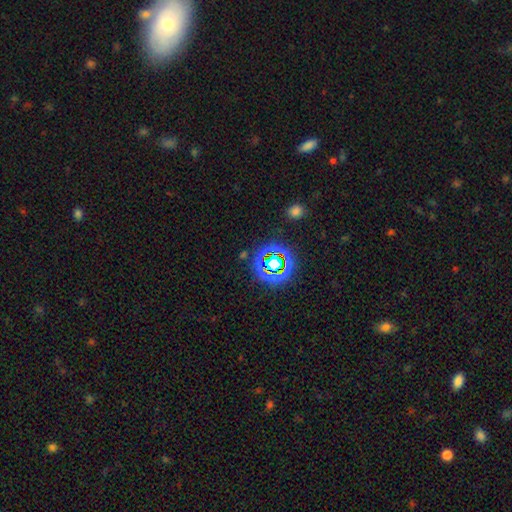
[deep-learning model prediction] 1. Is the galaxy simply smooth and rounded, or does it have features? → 61% star or artifact, 26% smooth, 13% featured or disk.